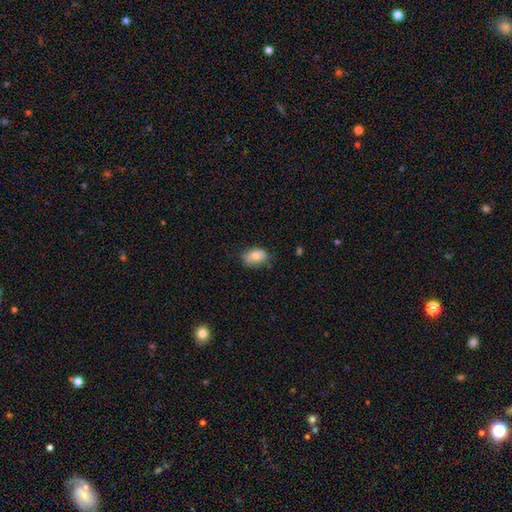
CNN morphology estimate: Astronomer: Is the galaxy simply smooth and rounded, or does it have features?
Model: smooth — 74%.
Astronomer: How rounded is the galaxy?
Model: in between — 81%.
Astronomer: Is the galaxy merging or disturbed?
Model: none — 61%.